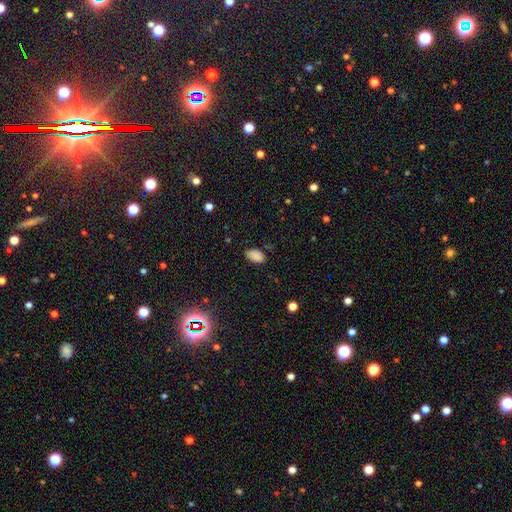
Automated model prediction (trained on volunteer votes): Smooth or featured? Predicted: smooth (p=0.84). How rounded? Predicted: in between (p=0.93). Merging? Predicted: none (p=0.79).